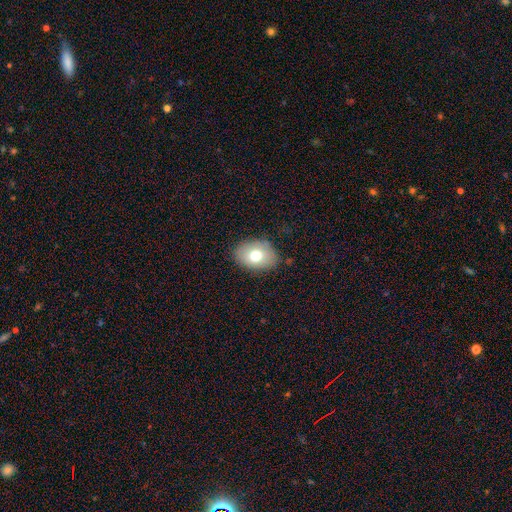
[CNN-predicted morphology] This appears to be a smooth galaxy with no disk features (73%) that is in between round and cigar-shaped (79%). Merging: none (81%).